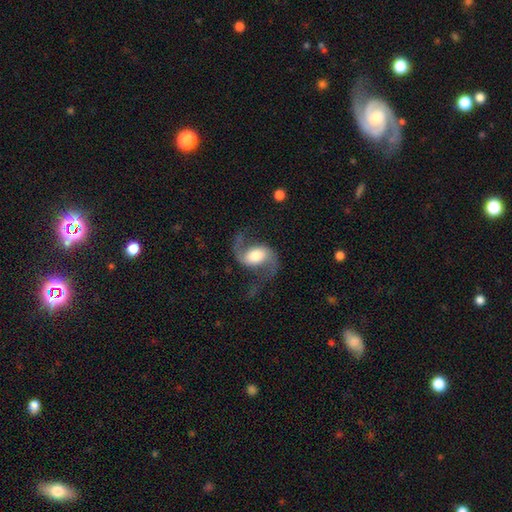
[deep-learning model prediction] Overall: featured or disk (88%). Edge-on disk: no (98%). Bar: weak (40%; no 35%). Spiral arms: yes (97%). Spiral arm count: 2 (94%). Spiral winding: loose (71%). Bulge size: moderate (43%; large 36%). Merging: none (72%).